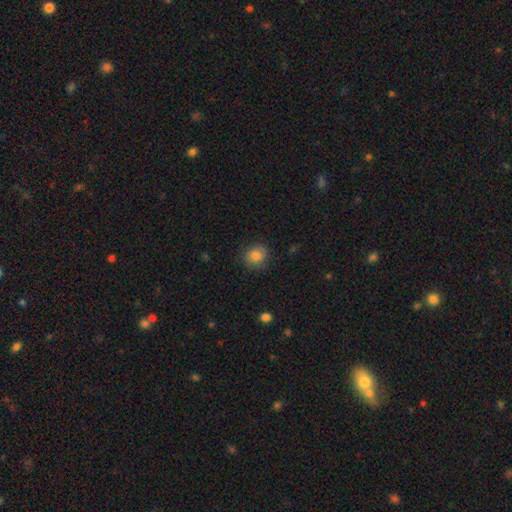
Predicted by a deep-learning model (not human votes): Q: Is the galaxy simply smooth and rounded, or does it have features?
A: smooth — 84%.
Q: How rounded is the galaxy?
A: round — 80%.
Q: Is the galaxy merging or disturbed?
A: none — 81%.